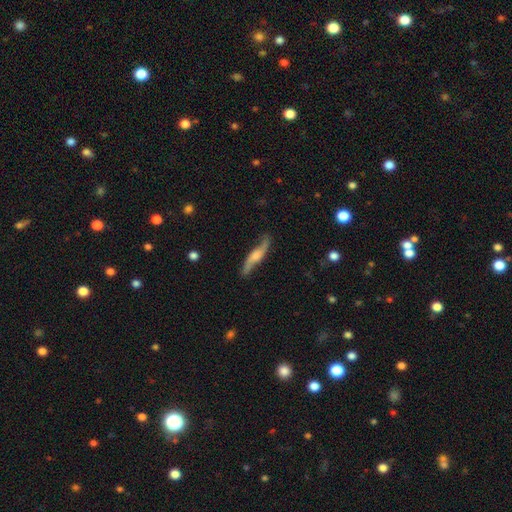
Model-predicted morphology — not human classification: This appears to be a featured or disk galaxy (70%). Merging: none (77%).